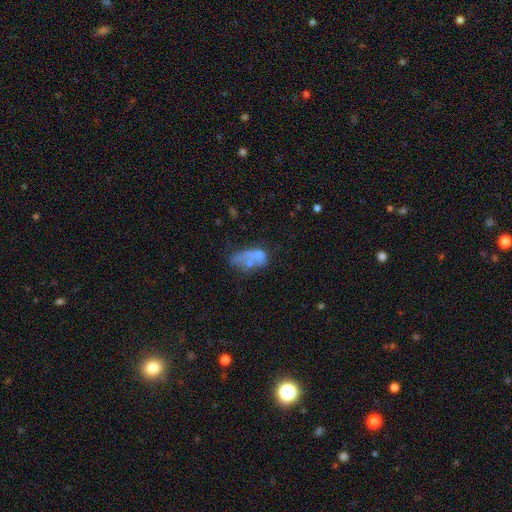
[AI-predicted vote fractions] smooth-or-featured: smooth: 51% | featured or disk: 35% | star or artifact: 14%
  how-rounded: in between: 81% | round: 13% | cigar-shaped: 6%
  merging: merger: 33% | major disturbance: 32% | none: 20% | minor disturbance: 15%